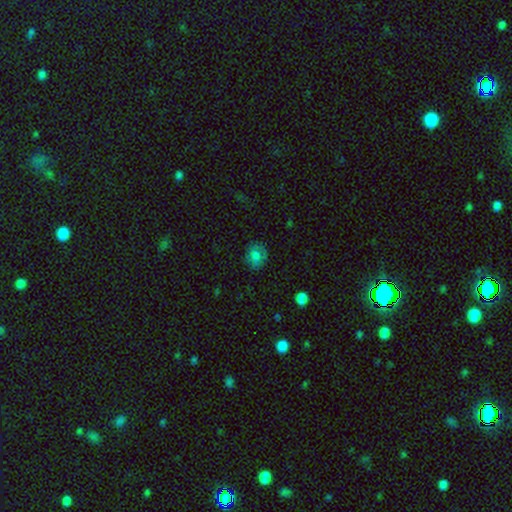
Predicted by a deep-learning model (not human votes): Smooth or featured? smooth (70%)
How rounded? round (59%)
Merging? none (73%)